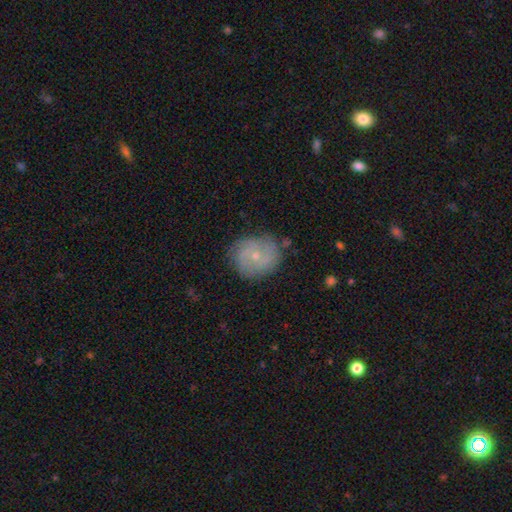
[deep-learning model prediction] featured or disk 57%, smooth 34%, star or artifact 9%. Down the decision tree: edge-on disk — no (97%); bar — no (78%); spiral arms — yes (82%); bulge size — small (76%); merging — none (75%).